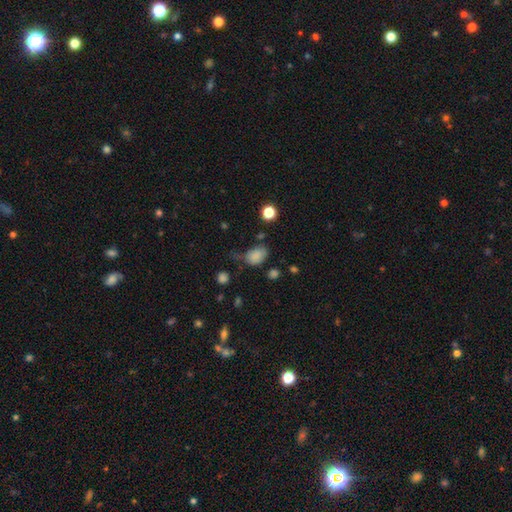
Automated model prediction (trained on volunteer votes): Smooth or featured?
  - smooth: 81% *
  - star or artifact: 12%
  - featured or disk: 7%
How rounded?
  - in between: 76% *
  - round: 23%
  - cigar-shaped: 1%
Merging?
  - none: 43% *
  - minor disturbance: 34%
  - major disturbance: 17%
  - merger: 6%